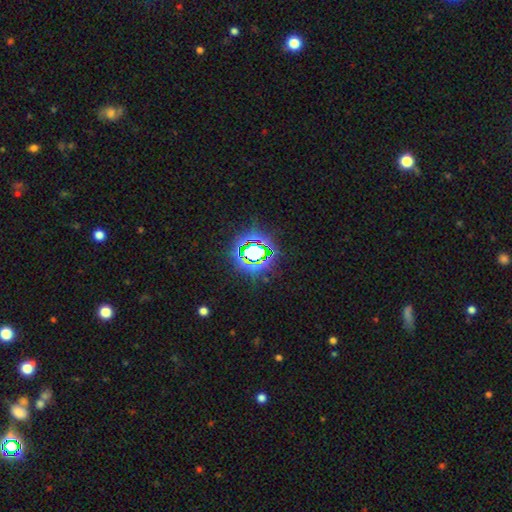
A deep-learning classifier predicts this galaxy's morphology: A star or artifact, not a galaxy (79%).